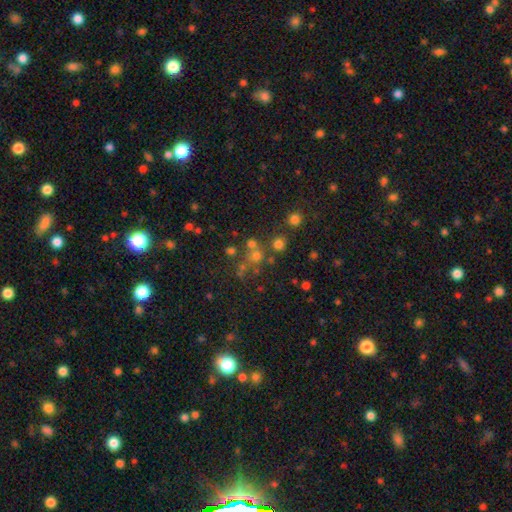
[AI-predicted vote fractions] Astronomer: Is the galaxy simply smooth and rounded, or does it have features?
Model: smooth — 56%.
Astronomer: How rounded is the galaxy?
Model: round — 87%.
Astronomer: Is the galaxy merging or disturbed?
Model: none — 59%.